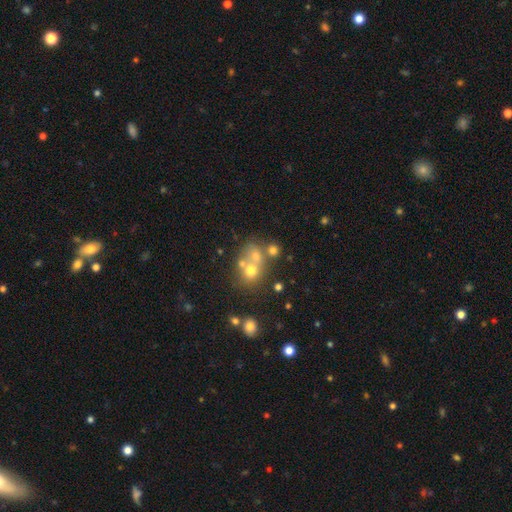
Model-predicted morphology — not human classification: Overall: smooth (59%; featured or disk 24%). How rounded: round (70%). Merging: merger (49%; none 35%).